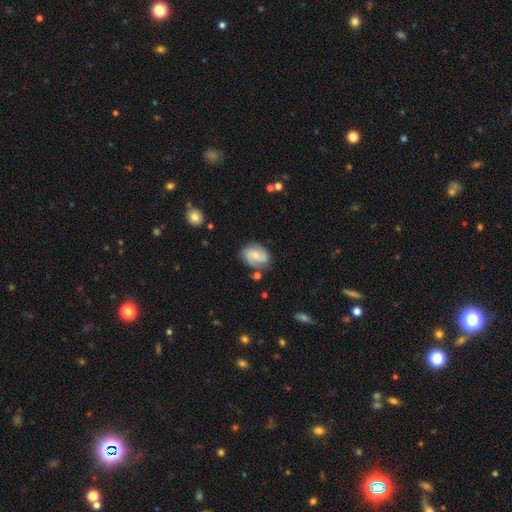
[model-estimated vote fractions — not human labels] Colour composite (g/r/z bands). It shows a featured or disk galaxy (64%) with no bar (53%), 2 (74%) medium (44%) spiral arms (92%) and a small central bulge (52%). Merging: none (69%).